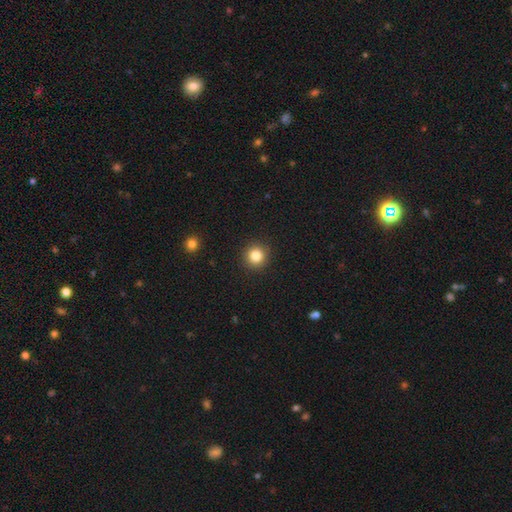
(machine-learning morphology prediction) Q: Smooth or featured?
A: smooth (84%); runner-up: star or artifact (11%)
Q: How rounded?
A: round (94%); runner-up: in between (5%)
Q: Merging?
A: none (92%); runner-up: minor disturbance (5%)